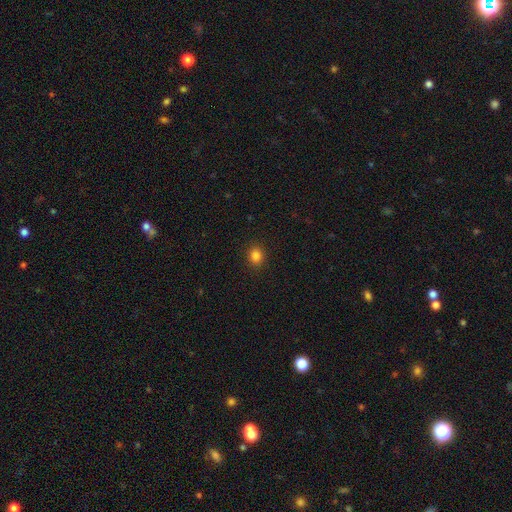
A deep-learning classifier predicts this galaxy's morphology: Smooth or featured: smooth — 84% (star or artifact — 12%)
How rounded: round — 65% (in between — 34%)
Merging: none — 91% (minor disturbance — 6%)